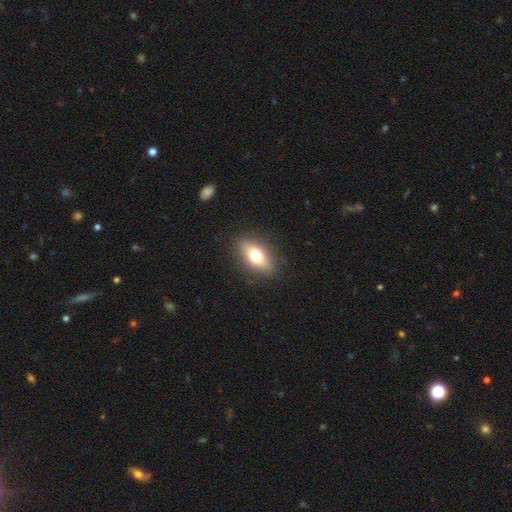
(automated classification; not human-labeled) The model was most divided on "smooth or featured": smooth: 62%, featured or disk: 30%, star or artifact: 8%. More confident: merging — none (87%); how rounded — in between (75%).